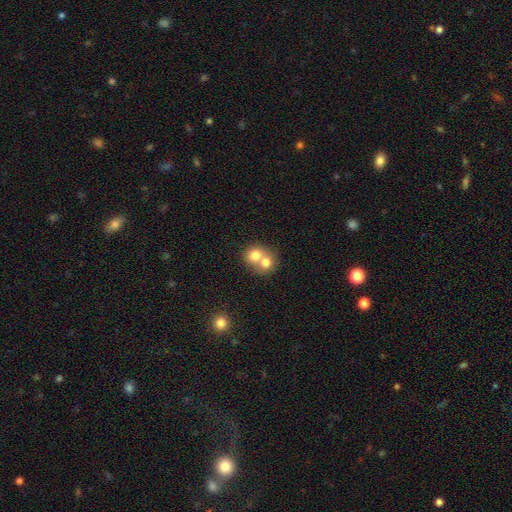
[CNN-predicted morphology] smooth-or-featured: smooth: 74% | featured or disk: 17% | star or artifact: 9%
  how-rounded: round: 74% | in between: 25% | cigar-shaped: 1%
  merging: merger: 71% | none: 23% | minor disturbance: 4% | major disturbance: 2%